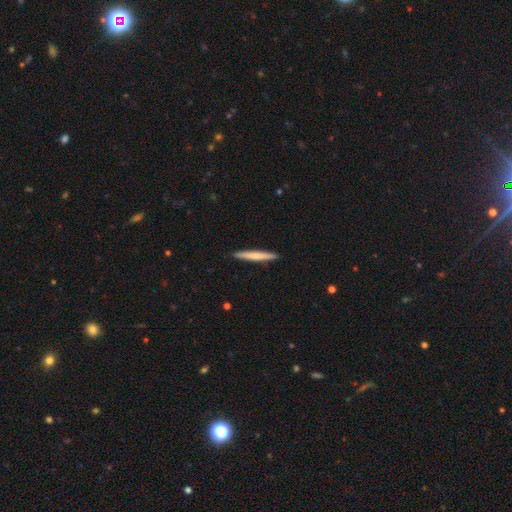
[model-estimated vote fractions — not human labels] The model was most divided on "smooth or featured": smooth: 62%, featured or disk: 33%, star or artifact: 5%. More confident: how rounded — cigar-shaped (96%); merging — none (92%).